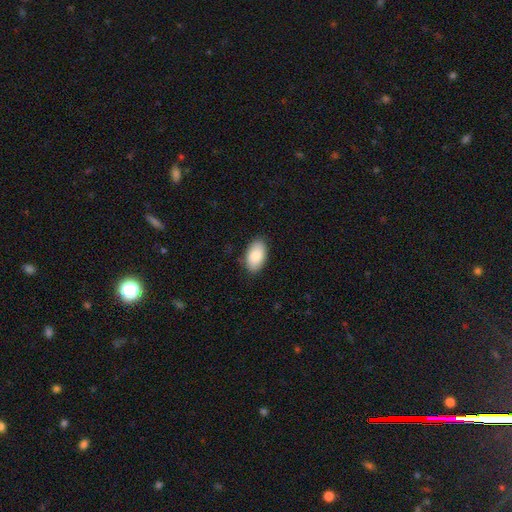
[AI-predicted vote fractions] Smooth or featured? Predicted: smooth (p=0.85). How rounded? Predicted: in between (p=0.94). Merging? Predicted: none (p=0.85).